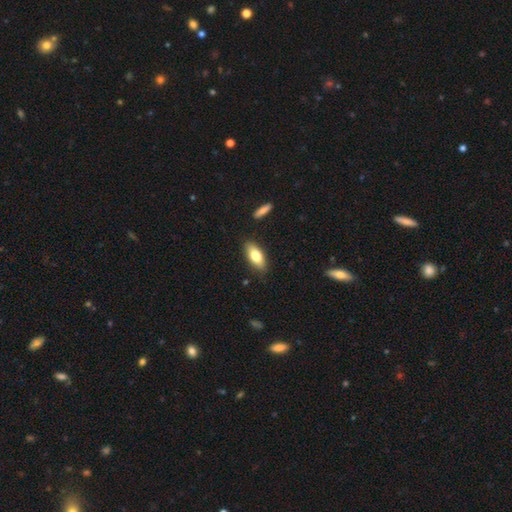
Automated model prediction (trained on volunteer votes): smooth-or-featured: smooth: 74% | featured or disk: 19% | star or artifact: 7%
  how-rounded: in between: 80% | cigar-shaped: 17% | round: 3%
  merging: none: 85% | minor disturbance: 10% | major disturbance: 2% | merger: 2%